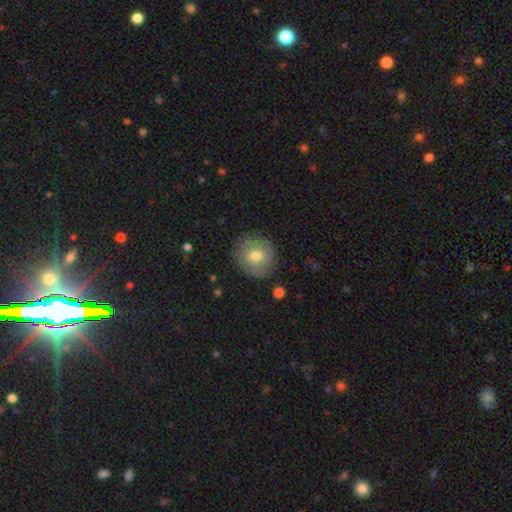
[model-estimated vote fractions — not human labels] Overall: smooth (67%). How rounded: round (86%). Merging: none (84%).